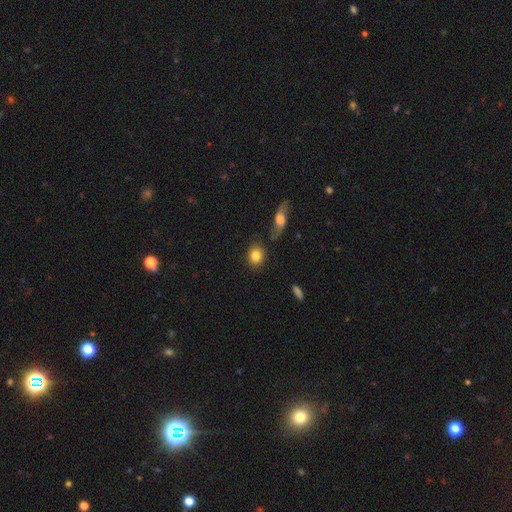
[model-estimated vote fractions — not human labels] smooth-or-featured: smooth: 84% | featured or disk: 9% | star or artifact: 8%
  how-rounded: round: 64% | in between: 34% | cigar-shaped: 2%
  merging: none: 80% | minor disturbance: 11% | merger: 6% | major disturbance: 3%